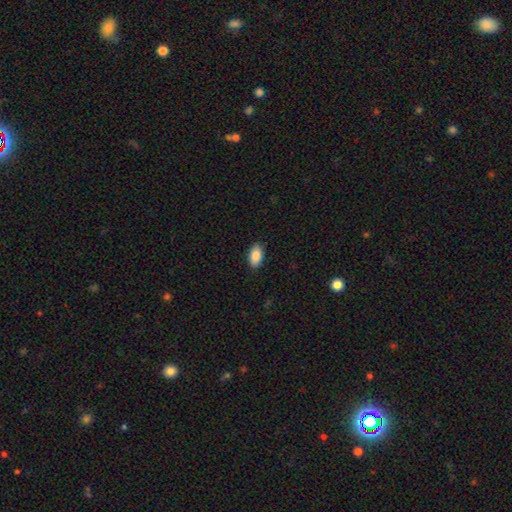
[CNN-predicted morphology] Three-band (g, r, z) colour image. It shows a smooth galaxy with no disk features (88%) that is in between round and cigar-shaped (94%). Merging: none (89%).